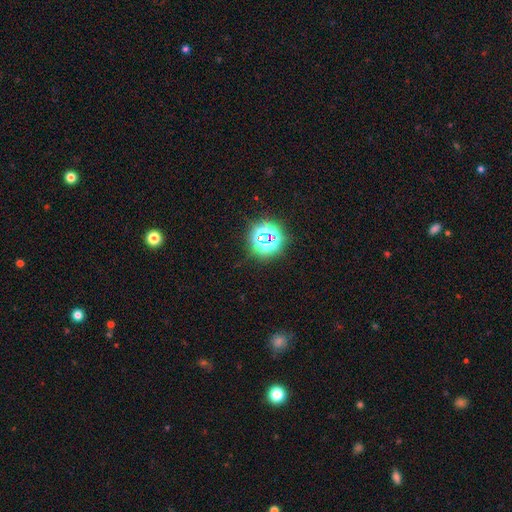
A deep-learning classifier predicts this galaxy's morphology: Smooth or featured: star or artifact — 72% (smooth — 22%)